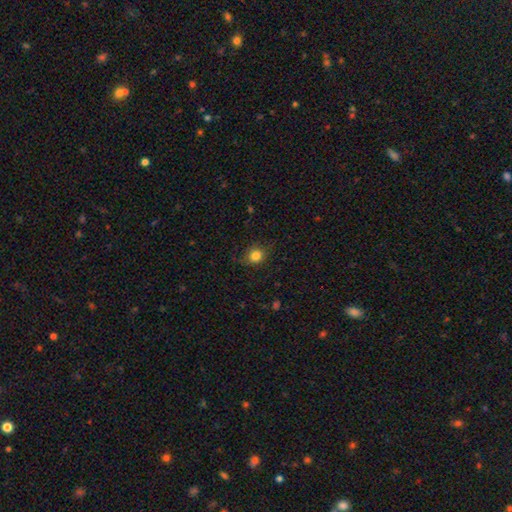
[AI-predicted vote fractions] A smooth galaxy with no disk features (83%) that is round (74%). Merging: none (77%).